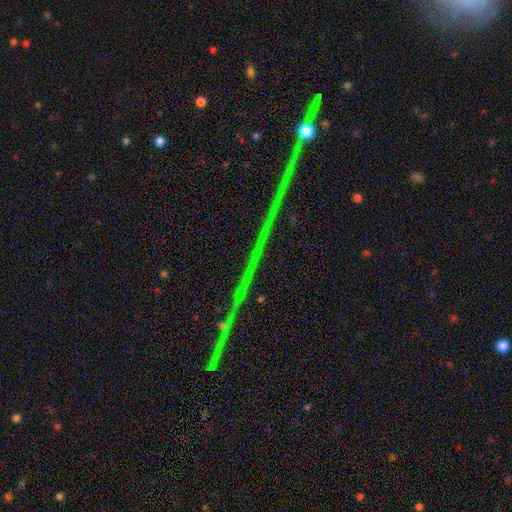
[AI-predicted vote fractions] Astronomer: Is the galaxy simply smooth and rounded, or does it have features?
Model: star or artifact — 76%.